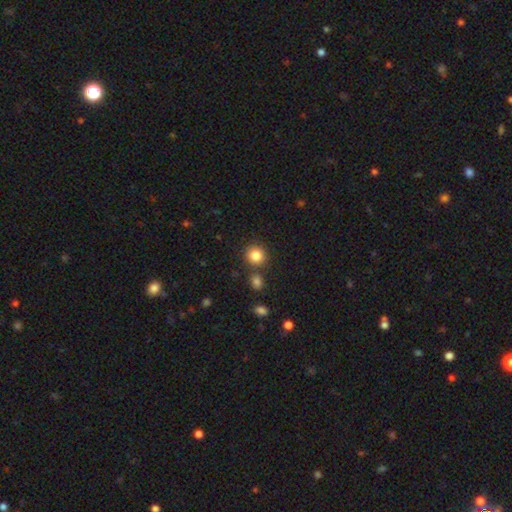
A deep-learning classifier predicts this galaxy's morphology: The model was most divided on "merging": none: 81%, merger: 9%, minor disturbance: 8%, major disturbance: 3%. More confident: how rounded — round (89%); smooth or featured — smooth (84%).